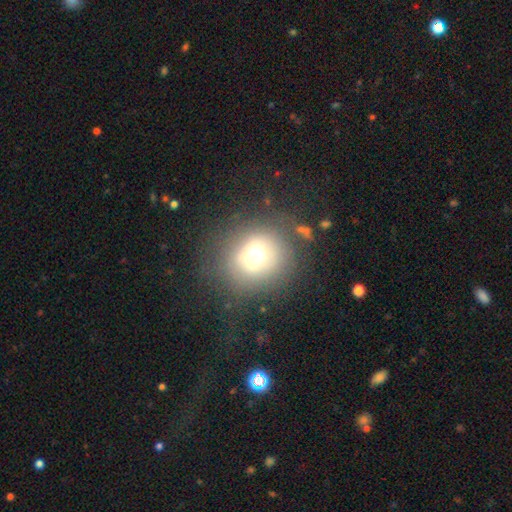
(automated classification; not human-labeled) smooth-or-featured: smooth: 58% | featured or disk: 27% | star or artifact: 14%
  how-rounded: round: 75% | in between: 24% | cigar-shaped: 1%
  merging: none: 68% | minor disturbance: 16% | major disturbance: 12% | merger: 3%